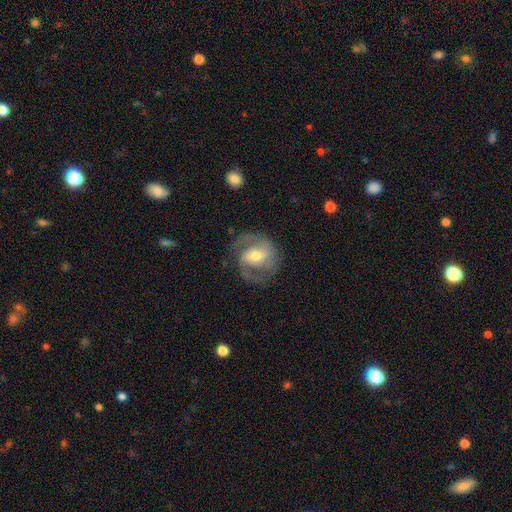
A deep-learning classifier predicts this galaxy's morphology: Q: Smooth or featured?
A: featured or disk (81%); runner-up: smooth (14%)
Q: Edge-on disk?
A: no (97%); runner-up: yes (3%)
Q: Bar?
A: weak (44%); runner-up: no (32%)
Q: Spiral arms?
A: yes (92%); runner-up: no (8%)
Q: Spiral winding?
A: medium (52%); runner-up: tight (31%)
Q: Spiral arm count?
A: 2 (82%); runner-up: can't tell (7%)
Q: Bulge size?
A: moderate (64%); runner-up: small (27%)
Q: Merging?
A: none (70%); runner-up: minor disturbance (17%)